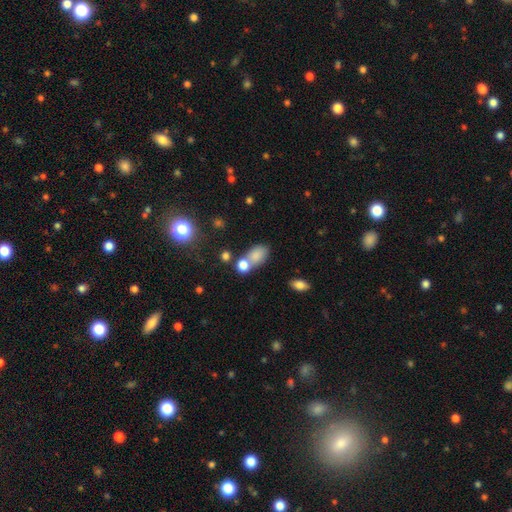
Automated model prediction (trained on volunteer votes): This is likely a smooth galaxy (79%). How rounded: clearly in between (81%). Merging: marginally none (42%).